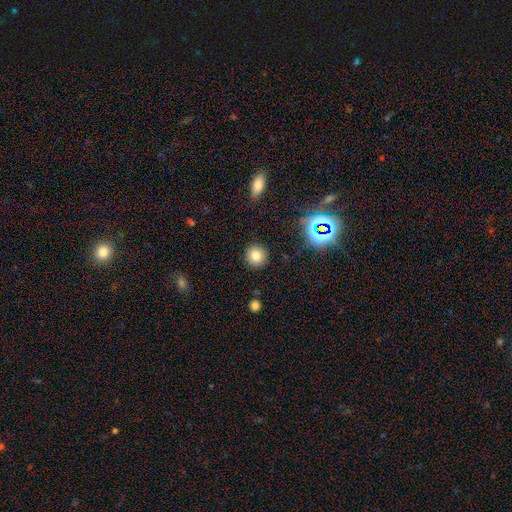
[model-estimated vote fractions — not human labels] Q: Smooth or featured?
A: smooth (77%); runner-up: star or artifact (16%)
Q: How rounded?
A: round (92%); runner-up: in between (7%)
Q: Merging?
A: none (90%); runner-up: minor disturbance (6%)